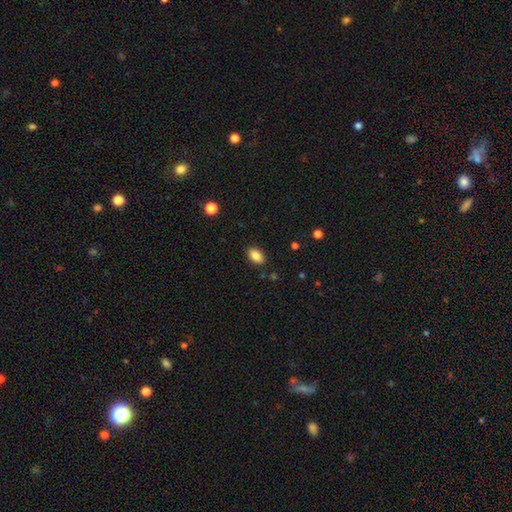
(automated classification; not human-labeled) smooth-or-featured: smooth: 86% | star or artifact: 9% | featured or disk: 5%
  how-rounded: in between: 90% | round: 8% | cigar-shaped: 2%
  merging: none: 87% | minor disturbance: 9% | major disturbance: 2% | merger: 2%